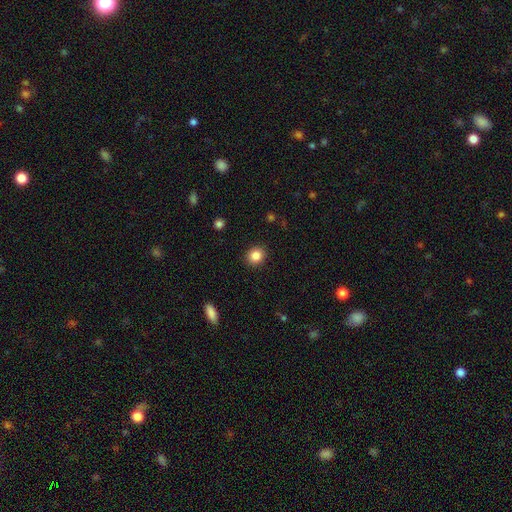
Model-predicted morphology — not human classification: A smooth galaxy with no disk features (86%) that is round (79%).

Vote fractions:
- Smooth or featured? smooth: 86% / star or artifact: 10% / featured or disk: 4%
- How rounded? round: 79% / in between: 20% / cigar-shaped: 1%
- Merging? none: 91% / minor disturbance: 6% / major disturbance: 2% / merger: 1%